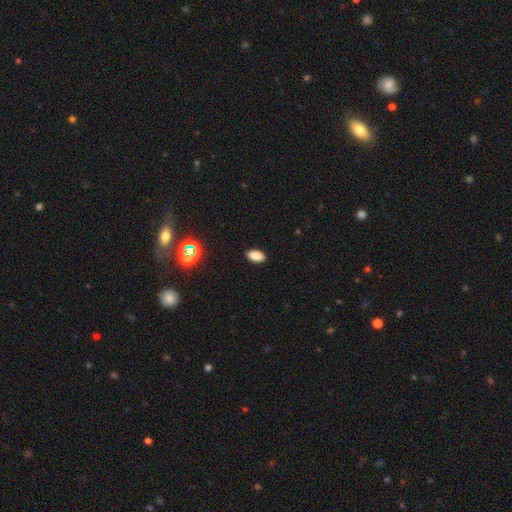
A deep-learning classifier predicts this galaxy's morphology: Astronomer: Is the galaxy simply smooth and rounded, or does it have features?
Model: smooth — 83%.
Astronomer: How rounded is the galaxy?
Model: in between — 92%.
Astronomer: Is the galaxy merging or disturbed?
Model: none — 89%.